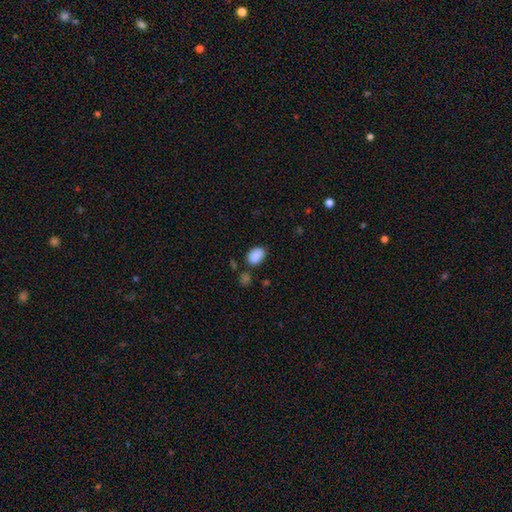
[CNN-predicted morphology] type=smooth (89%); roundness=in between (86%); merging=none (76%).